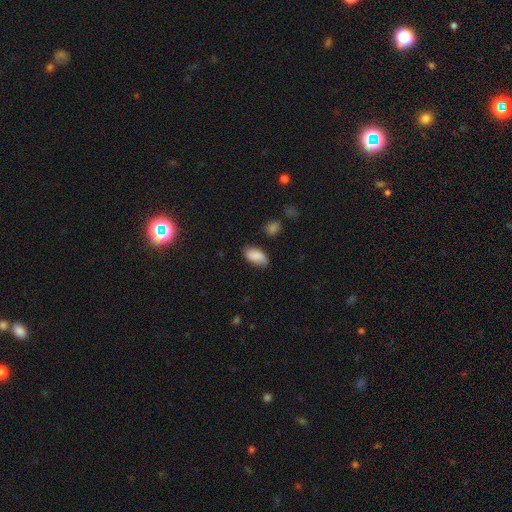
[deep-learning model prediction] Smooth or featured?
  - smooth: 84% *
  - featured or disk: 8%
  - star or artifact: 8%
How rounded?
  - in between: 94% *
  - round: 4%
  - cigar-shaped: 3%
Merging?
  - none: 73% *
  - minor disturbance: 21%
  - major disturbance: 4%
  - merger: 2%